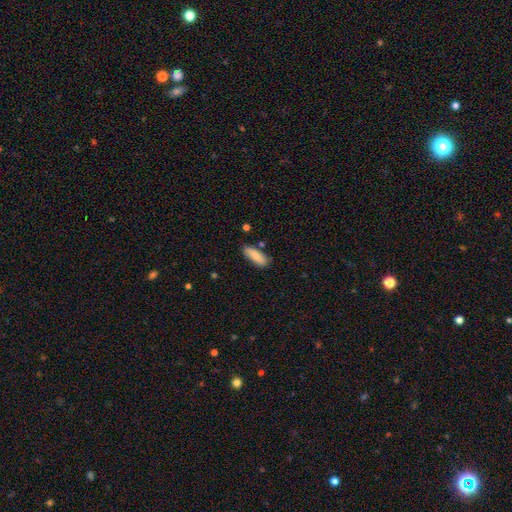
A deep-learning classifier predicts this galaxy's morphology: Smooth or featured? Predicted: smooth (p=0.86). How rounded? Predicted: in between (p=0.59). Merging? Predicted: none (p=0.80).